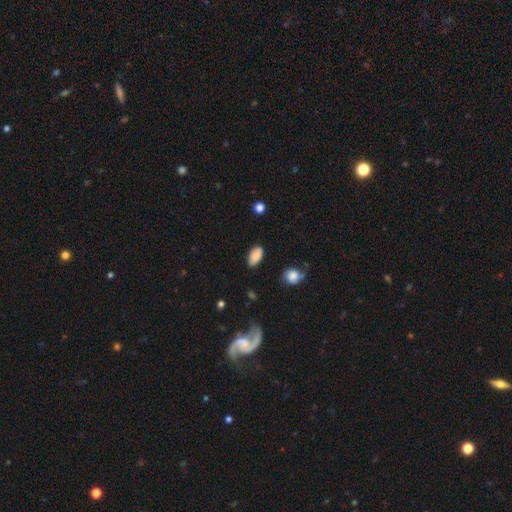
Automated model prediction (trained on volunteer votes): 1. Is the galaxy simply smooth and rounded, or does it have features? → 84% smooth, 8% featured or disk, 8% star or artifact.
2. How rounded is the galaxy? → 93% in between, 4% round, 3% cigar-shaped.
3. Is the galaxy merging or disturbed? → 80% none, 15% minor disturbance, 3% major disturbance, 2% merger.